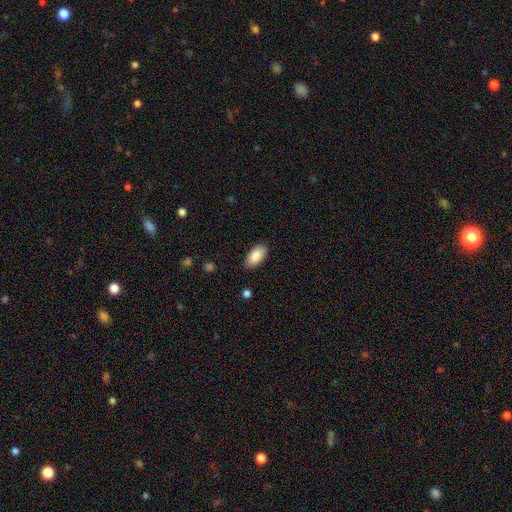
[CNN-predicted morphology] smooth_or_featured: smooth (p=0.88) [alt: star or artifact p=0.06]
how_rounded: in between (p=0.94) [alt: cigar-shaped p=0.04]
merging: none (p=0.87) [alt: minor disturbance p=0.10]